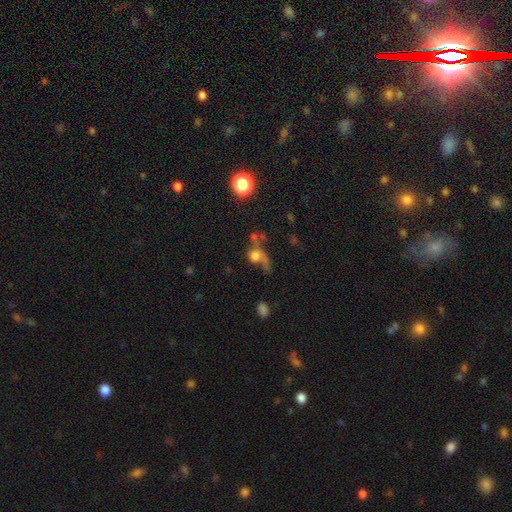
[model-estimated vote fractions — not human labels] Smooth or featured?
  - smooth: 53% *
  - featured or disk: 32%
  - star or artifact: 15%
How rounded?
  - round: 68% *
  - in between: 29%
  - cigar-shaped: 3%
Merging?
  - major disturbance: 38% *
  - none: 26%
  - merger: 23%
  - minor disturbance: 13%